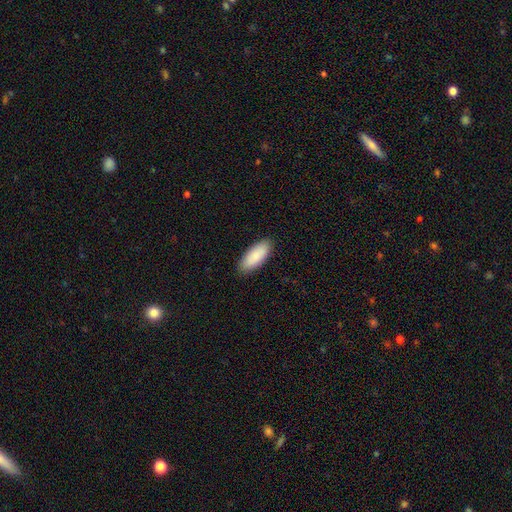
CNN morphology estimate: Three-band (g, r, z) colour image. It shows a smooth galaxy with no disk features (87%) that is in between round and cigar-shaped (82%). Merging: none (89%).